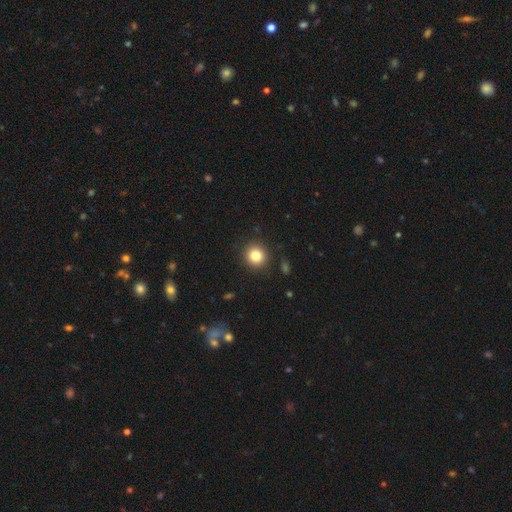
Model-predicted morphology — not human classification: This appears to be a smooth galaxy with no disk features (82%) that is round (91%). Merging: none (90%).